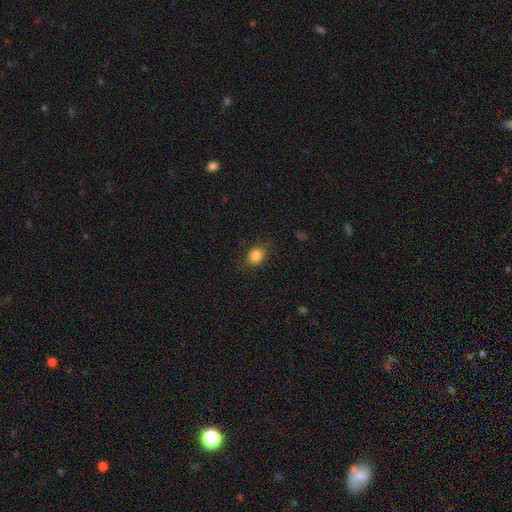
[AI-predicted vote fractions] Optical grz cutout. It shows a smooth galaxy with no disk features (84%) that is in between round and cigar-shaped (52%). Merging: none (80%).